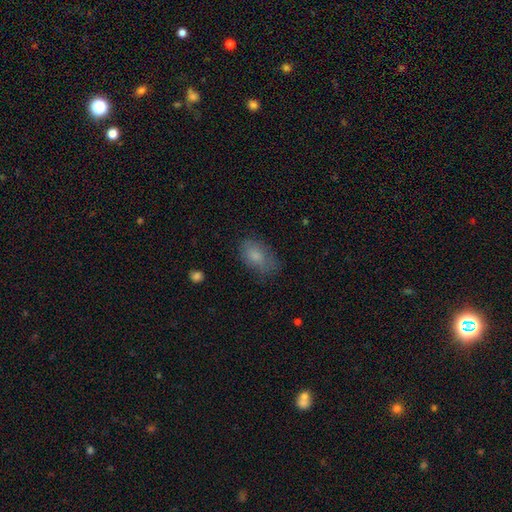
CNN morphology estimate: smooth-or-featured: smooth: 79% | featured or disk: 13% | star or artifact: 8%
  how-rounded: in between: 89% | round: 9% | cigar-shaped: 2%
  merging: none: 69% | minor disturbance: 23% | major disturbance: 7% | merger: 1%